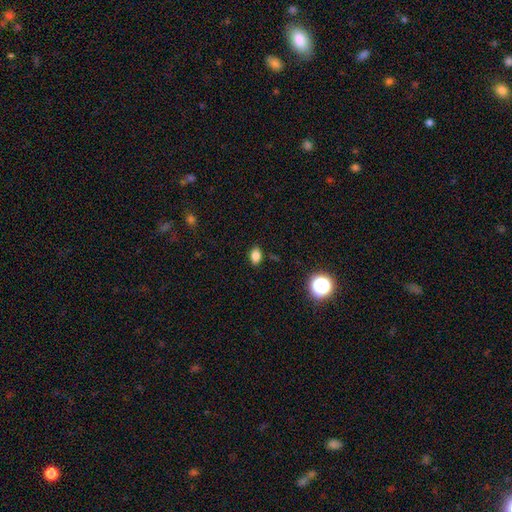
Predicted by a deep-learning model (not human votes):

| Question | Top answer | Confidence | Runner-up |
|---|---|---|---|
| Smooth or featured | smooth | 81% | star or artifact (12%) |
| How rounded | in between | 80% | round (18%) |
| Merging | none | 85% | minor disturbance (11%) |